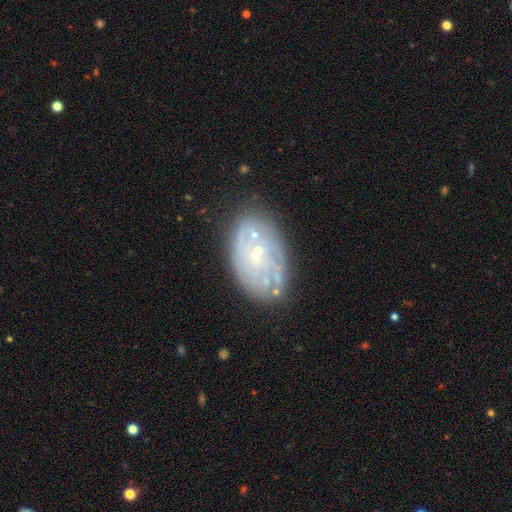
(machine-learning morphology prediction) Q: Smooth or featured?
A: featured or disk (67%); runner-up: smooth (23%)
Q: Edge-on disk?
A: no (96%); runner-up: yes (4%)
Q: Bar?
A: no (84%); runner-up: weak (13%)
Q: Spiral arms?
A: no (53%); runner-up: yes (47%)
Q: Bulge size?
A: small (77%); runner-up: moderate (15%)
Q: Merging?
A: none (63%); runner-up: minor disturbance (21%)